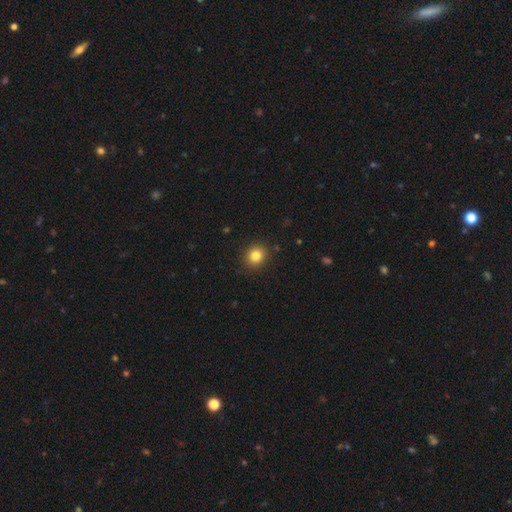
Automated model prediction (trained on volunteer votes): Smooth or featured? Predicted: smooth (p=0.83). How rounded? Predicted: round (p=0.82). Merging? Predicted: none (p=0.90).